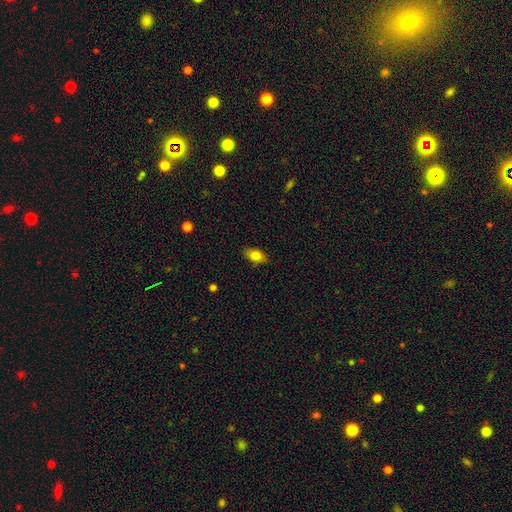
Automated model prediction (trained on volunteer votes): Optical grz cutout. It shows a smooth galaxy with no disk features (79%) that is in between round and cigar-shaped (88%). Merging: none (86%).